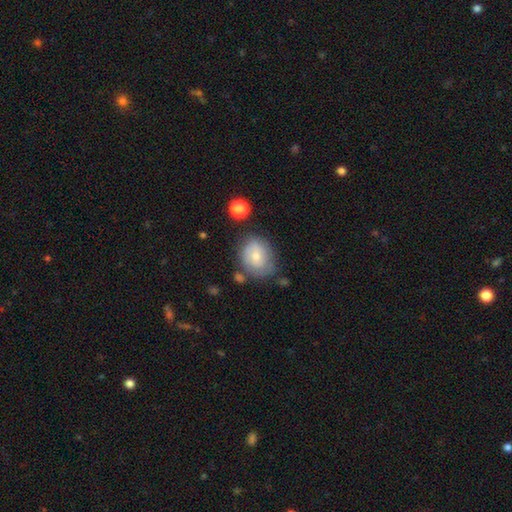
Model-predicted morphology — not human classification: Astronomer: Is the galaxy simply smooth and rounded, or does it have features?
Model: smooth — 60%.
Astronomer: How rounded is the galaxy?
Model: round — 59% (runner-up: in between, 40%).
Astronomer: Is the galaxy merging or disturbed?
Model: none — 59%.